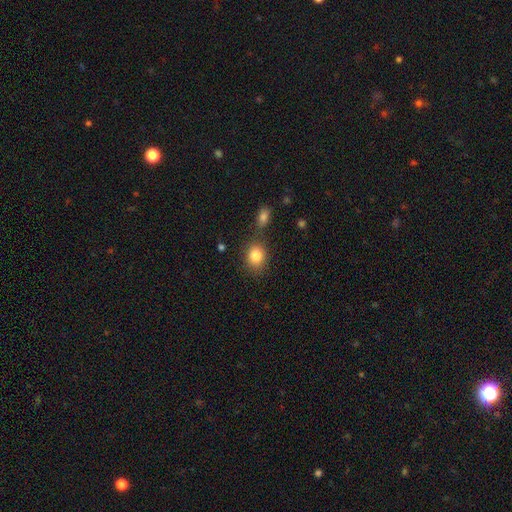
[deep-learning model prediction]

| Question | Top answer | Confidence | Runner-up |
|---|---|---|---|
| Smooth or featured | smooth | 84% | star or artifact (9%) |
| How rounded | round | 58% | in between (41%) |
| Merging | none | 74% | minor disturbance (12%) |